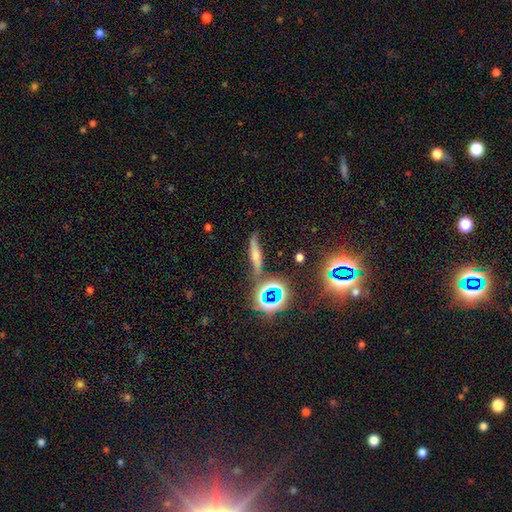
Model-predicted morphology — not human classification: Smooth or featured?
  - featured or disk: 43% *
  - star or artifact: 29%
  - smooth: 28%
Merging?
  - none: 73% *
  - minor disturbance: 14%
  - merger: 7%
  - major disturbance: 5%